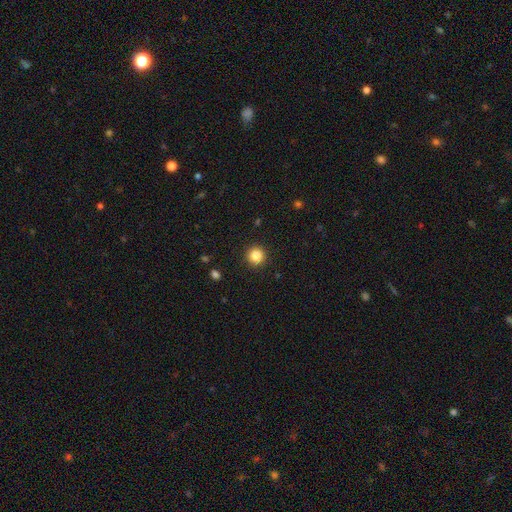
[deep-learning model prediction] Smooth or featured? smooth (84%)
How rounded? round (95%)
Merging? none (92%)